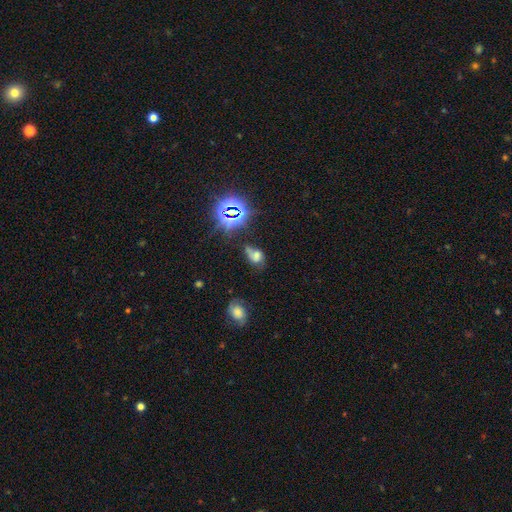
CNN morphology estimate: Smooth or featured?
  - smooth: 43% *
  - star or artifact: 30%
  - featured or disk: 27%
Merging?
  - none: 33% *
  - minor disturbance: 23%
  - merger: 22%
  - major disturbance: 22%